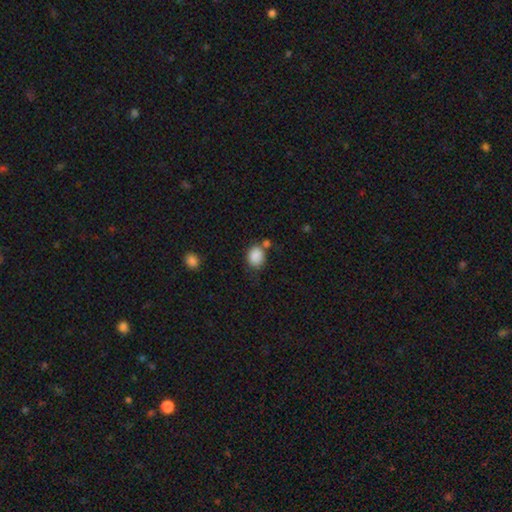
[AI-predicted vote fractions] smooth_or_featured: smooth (p=0.87) [alt: star or artifact p=0.09]
how_rounded: round (p=0.60) [alt: in between p=0.39]
merging: none (p=0.61) [alt: minor disturbance p=0.18]